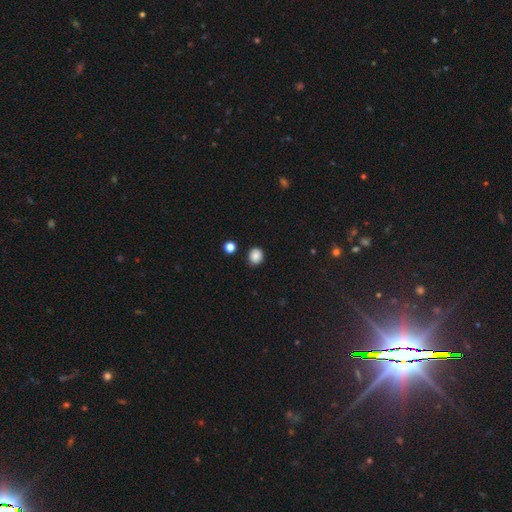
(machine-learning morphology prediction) The model was most divided on "how rounded": round: 79%, in between: 20%, cigar-shaped: 1%. More confident: merging — none (86%); smooth or featured — smooth (86%).